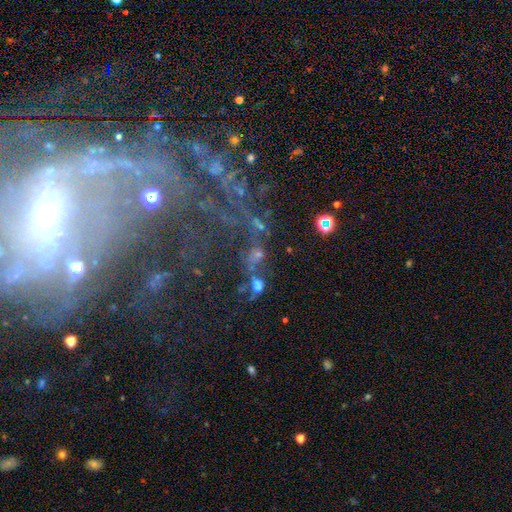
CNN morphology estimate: Smooth or featured?
  - star or artifact: 45% *
  - smooth: 33%
  - featured or disk: 22%